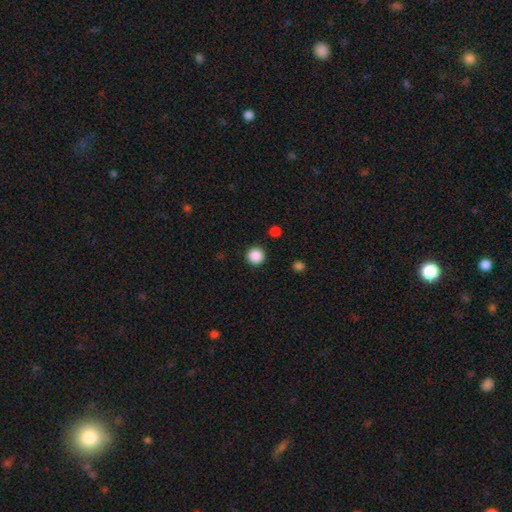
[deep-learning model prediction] smooth_or_featured: smooth (p=0.88) [alt: star or artifact p=0.10]
how_rounded: round (p=0.96) [alt: in between p=0.04]
merging: none (p=0.92) [alt: minor disturbance p=0.05]